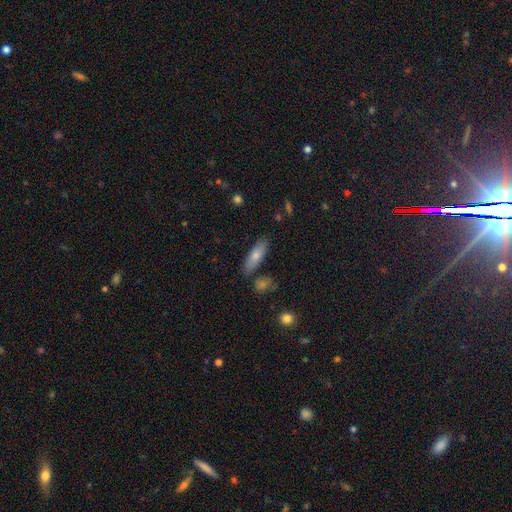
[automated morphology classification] This appears to be a smooth galaxy with no disk features (73%) that is in between round and cigar-shaped (52%). Merging: none (80%).